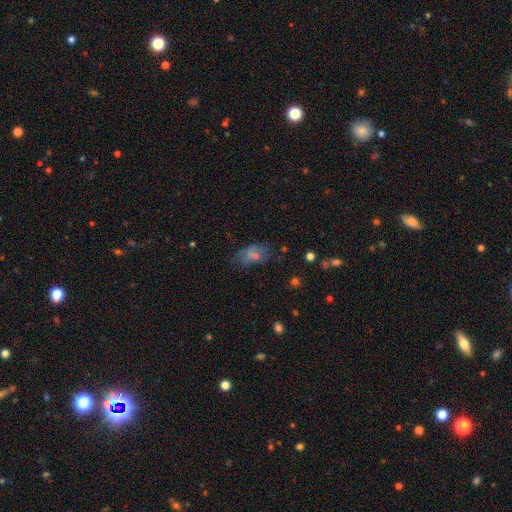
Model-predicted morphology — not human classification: type=smooth (49%); merging=none (63%).